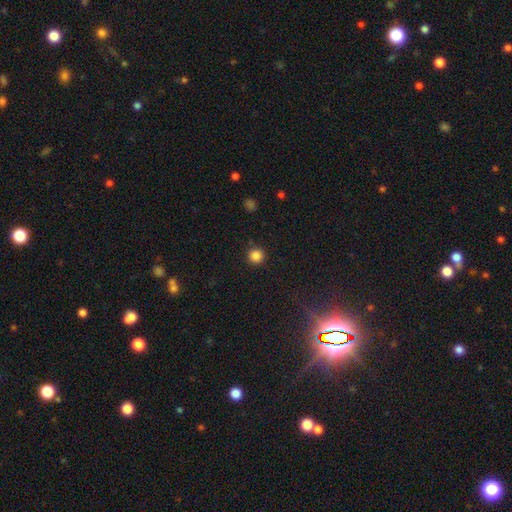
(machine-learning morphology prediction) smooth-or-featured: smooth: 85% | star or artifact: 12% | featured or disk: 3%
  how-rounded: round: 95% | in between: 4% | cigar-shaped: 1%
  merging: none: 90% | minor disturbance: 6% | major disturbance: 2% | merger: 1%